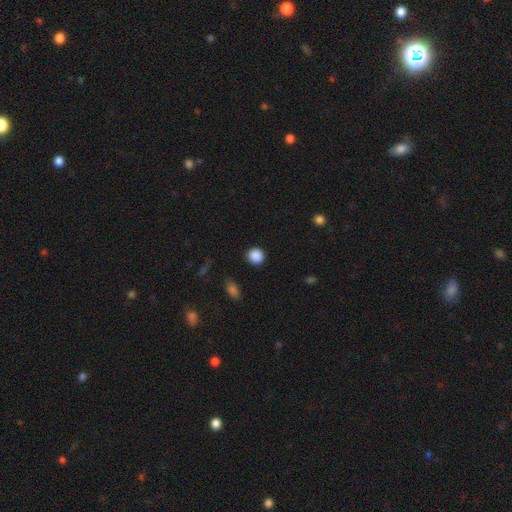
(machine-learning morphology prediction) smooth_or_featured: smooth (p=0.88) [alt: star or artifact p=0.09]
how_rounded: round (p=0.90) [alt: in between p=0.09]
merging: none (p=0.91) [alt: minor disturbance p=0.06]